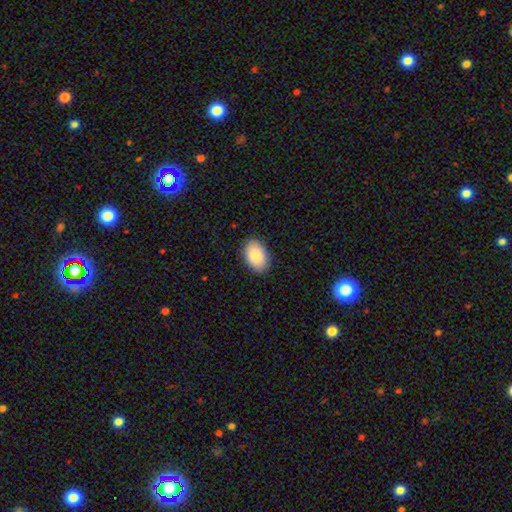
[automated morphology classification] Smooth or featured: smooth — 87% (featured or disk — 7%)
How rounded: in between — 91% (round — 8%)
Merging: none — 88% (minor disturbance — 9%)